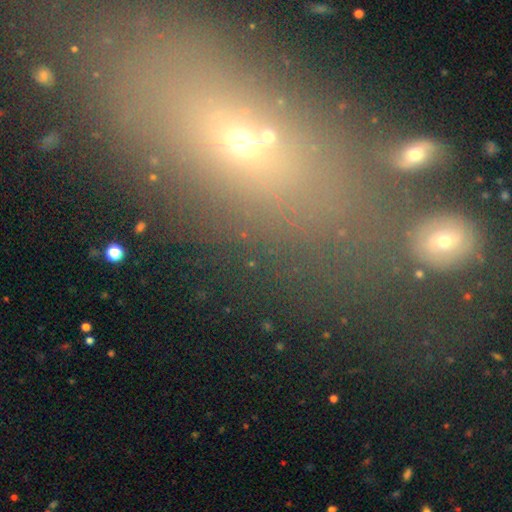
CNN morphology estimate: Smooth or featured? smooth (44%)
Merging? none (61%)